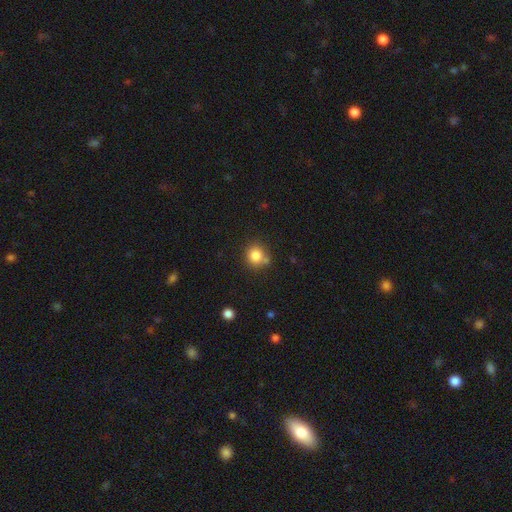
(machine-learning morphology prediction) Smooth or featured?
  - smooth: 82% *
  - star or artifact: 11%
  - featured or disk: 7%
How rounded?
  - round: 85% *
  - in between: 14%
  - cigar-shaped: 1%
Merging?
  - none: 68% *
  - minor disturbance: 17%
  - merger: 11%
  - major disturbance: 5%